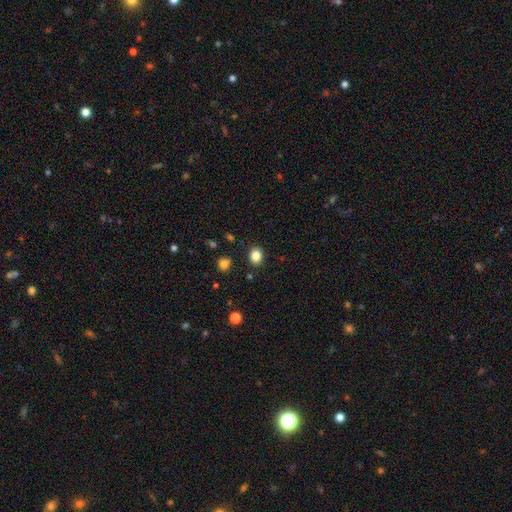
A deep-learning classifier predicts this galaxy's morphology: Smooth or featured?
  - smooth: 84% *
  - star or artifact: 11%
  - featured or disk: 5%
How rounded?
  - round: 59% *
  - in between: 41%
  - cigar-shaped: 1%
Merging?
  - none: 88% *
  - minor disturbance: 8%
  - major disturbance: 2%
  - merger: 2%